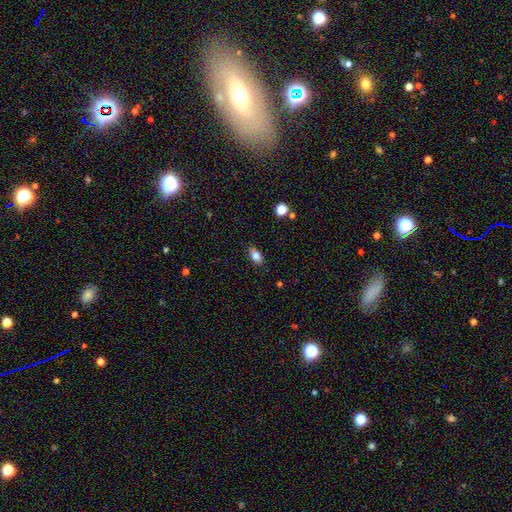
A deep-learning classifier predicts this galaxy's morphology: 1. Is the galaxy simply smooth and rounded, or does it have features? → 83% smooth, 9% star or artifact, 8% featured or disk.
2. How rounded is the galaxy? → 87% in between, 9% round, 4% cigar-shaped.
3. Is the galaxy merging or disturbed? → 85% none, 11% minor disturbance, 2% major disturbance, 1% merger.